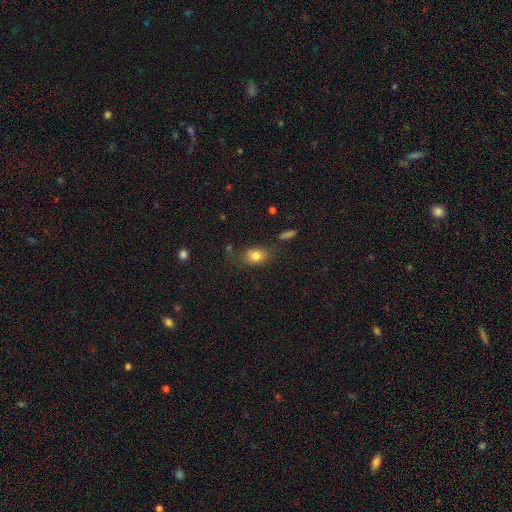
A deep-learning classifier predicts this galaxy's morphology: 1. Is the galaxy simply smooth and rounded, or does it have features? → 80% smooth, 10% featured or disk, 10% star or artifact.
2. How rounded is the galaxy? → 72% in between, 26% round, 2% cigar-shaped.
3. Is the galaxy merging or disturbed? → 65% none, 22% minor disturbance, 8% major disturbance, 5% merger.